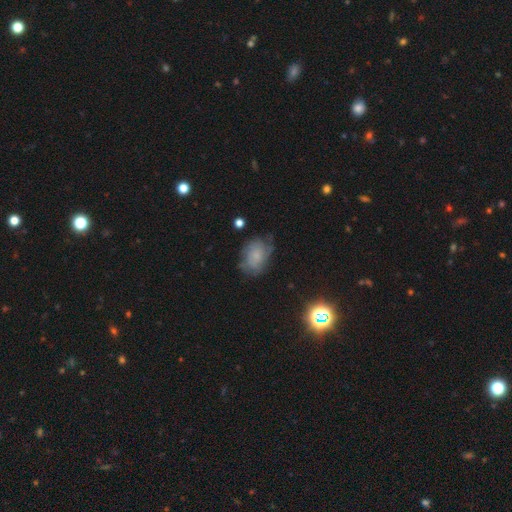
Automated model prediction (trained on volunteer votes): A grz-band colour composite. It shows a smooth galaxy with no disk features (47%). Merging: none (55%).